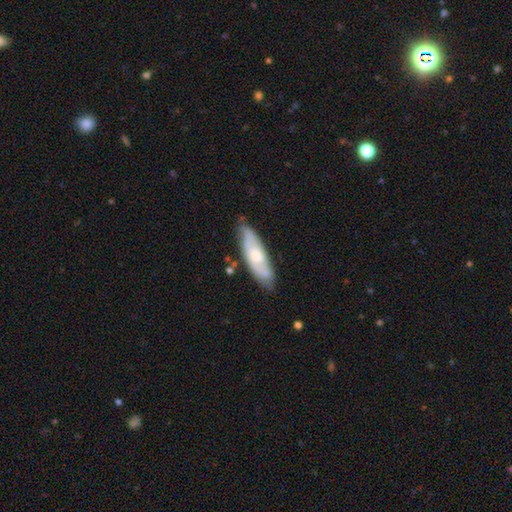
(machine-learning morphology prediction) Q: Smooth or featured?
A: featured or disk (49%); runner-up: smooth (46%)
Q: Merging?
A: none (74%); runner-up: minor disturbance (20%)